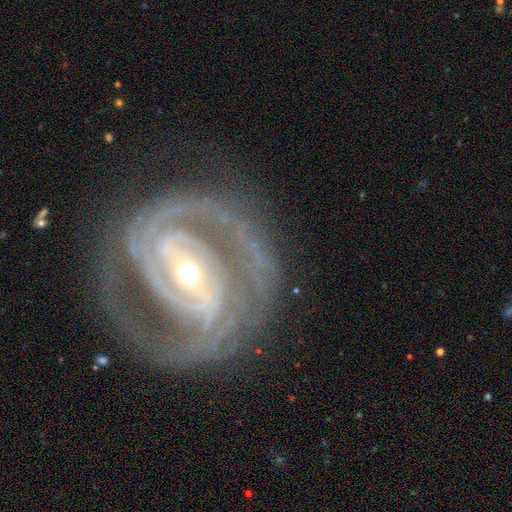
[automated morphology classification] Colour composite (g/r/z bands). It shows a featured or disk galaxy (92%) with a strong bar (56%), 2 (66%) tight (66%) spiral arms (98%) and a small central bulge (50%). Merging: none (73%).